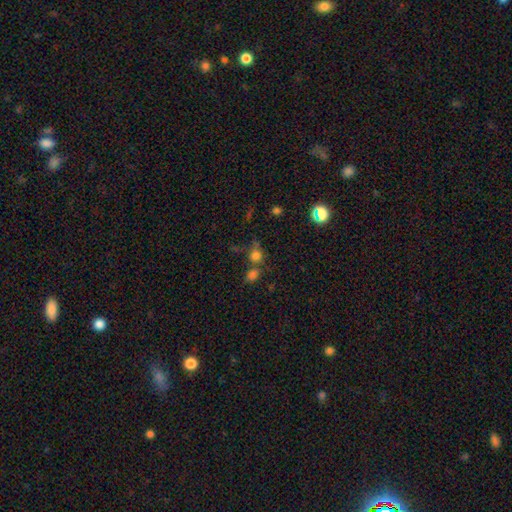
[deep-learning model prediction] Overall: smooth (71%). How rounded: round (72%). Merging: none (48%; merger 31%).